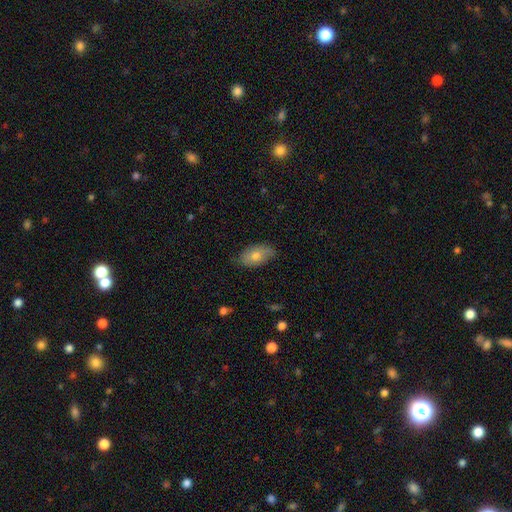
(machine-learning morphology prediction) smooth_or_featured: smooth (p=0.69) [alt: featured or disk p=0.23]
how_rounded: in between (p=0.92) [alt: round p=0.05]
merging: none (p=0.75) [alt: minor disturbance p=0.20]